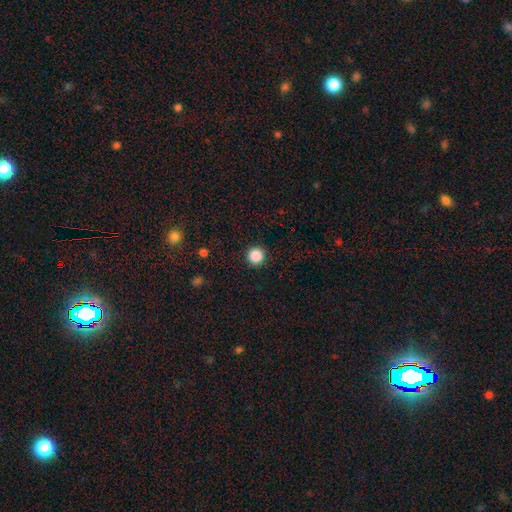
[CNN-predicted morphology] smooth-or-featured: smooth: 87% | star or artifact: 10% | featured or disk: 3%
  how-rounded: round: 96% | in between: 3% | cigar-shaped: 1%
  merging: none: 93% | minor disturbance: 5% | major disturbance: 2% | merger: 1%